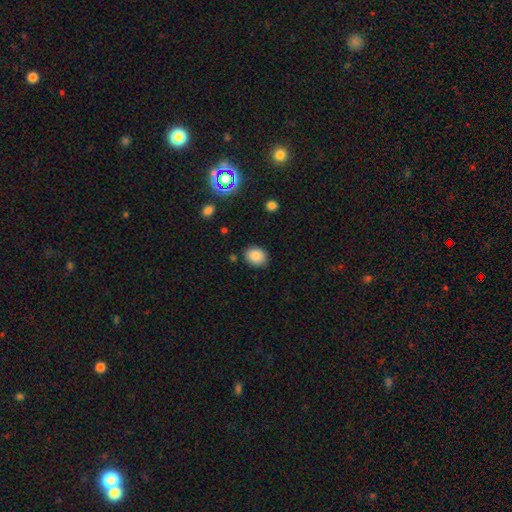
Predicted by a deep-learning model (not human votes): Morphology: type=smooth (86%); roundness=round (51%); merging=none (85%).